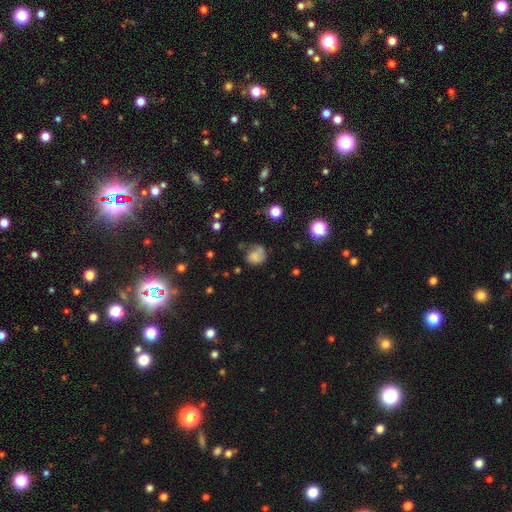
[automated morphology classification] smooth_or_featured: smooth (p=0.61) [alt: featured or disk p=0.24]
how_rounded: round (p=0.69) [alt: in between p=0.30]
merging: none (p=0.42) [alt: minor disturbance p=0.26]